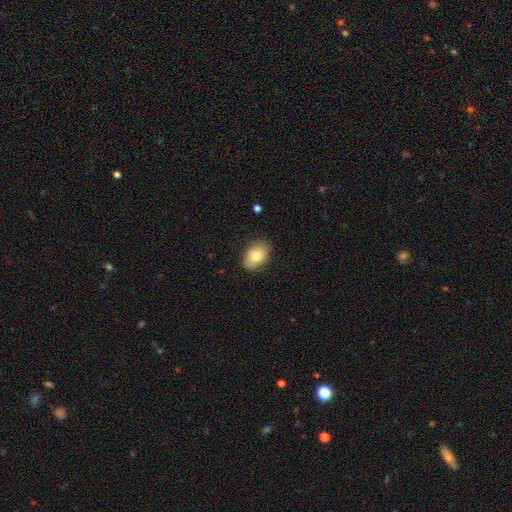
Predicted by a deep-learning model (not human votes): Morphology: type=smooth (80%); roundness=in between (86%); merging=none (87%).